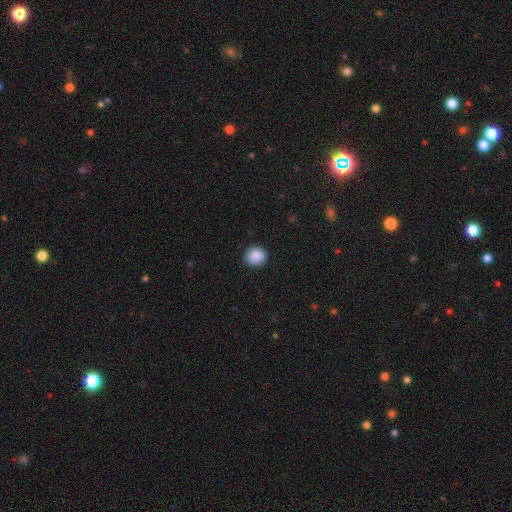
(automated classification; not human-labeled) Smooth or featured? smooth (88%)
How rounded? round (85%)
Merging? none (89%)